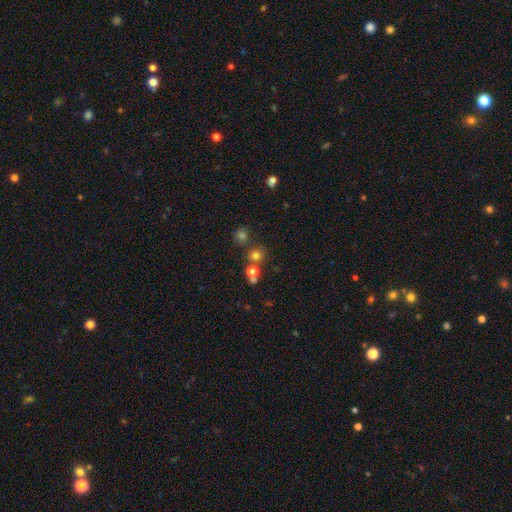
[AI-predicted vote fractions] Smooth or featured?
  - smooth: 70% *
  - star or artifact: 22%
  - featured or disk: 8%
How rounded?
  - round: 89% *
  - in between: 10%
  - cigar-shaped: 1%
Merging?
  - none: 67% *
  - merger: 22%
  - minor disturbance: 8%
  - major disturbance: 4%